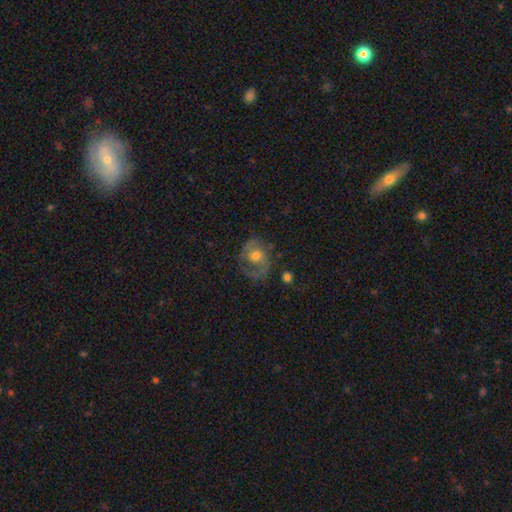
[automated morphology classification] smooth_or_featured: featured or disk (p=0.52) [alt: smooth p=0.39]
disk_edge_on: no (p=0.96) [alt: yes p=0.04]
bar: no (p=0.77) [alt: weak p=0.19]
has_spiral_arms: yes (p=0.65) [alt: no p=0.35]
bulge_size: moderate (p=0.69) [alt: small p=0.18]
merging: none (p=0.43) [alt: major disturbance p=0.29]